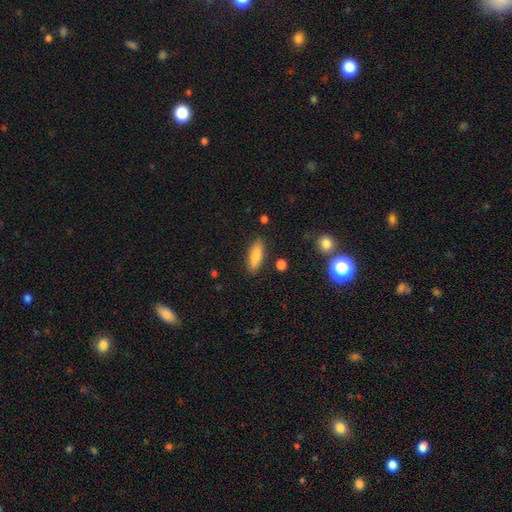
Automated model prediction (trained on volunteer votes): This is clearly a smooth galaxy (82%). How rounded: likely in between (63%). Merging: clearly none (85%).